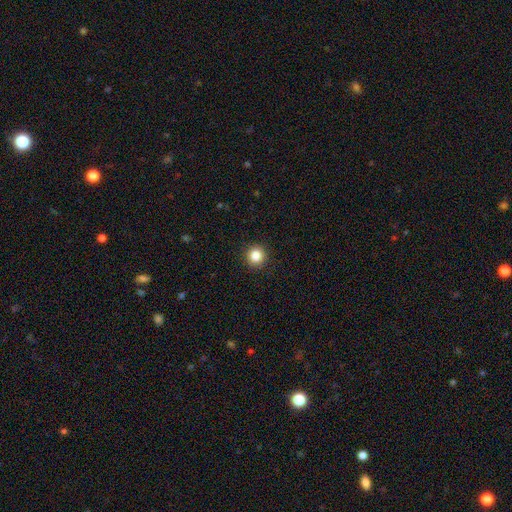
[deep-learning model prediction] Smooth or featured?
  - smooth: 86% *
  - star or artifact: 10%
  - featured or disk: 4%
How rounded?
  - round: 95% *
  - in between: 4%
  - cigar-shaped: 1%
Merging?
  - none: 92% *
  - minor disturbance: 5%
  - major disturbance: 2%
  - merger: 1%